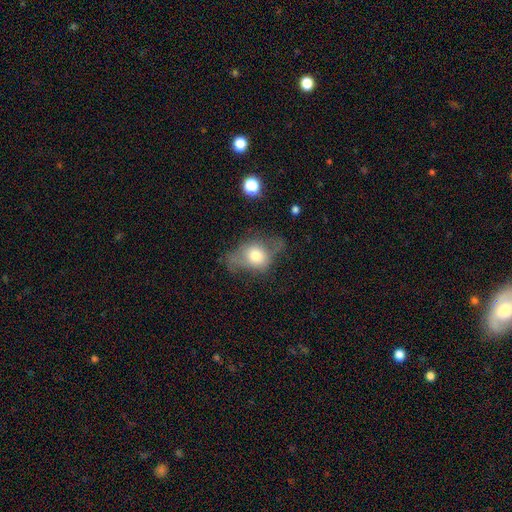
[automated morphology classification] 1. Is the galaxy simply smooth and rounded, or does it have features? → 57% smooth, 33% featured or disk, 10% star or artifact.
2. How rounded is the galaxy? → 53% in between, 44% round, 2% cigar-shaped.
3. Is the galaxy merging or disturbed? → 34% none (tied), 34% major disturbance (tied), 28% minor disturbance, 3% merger.